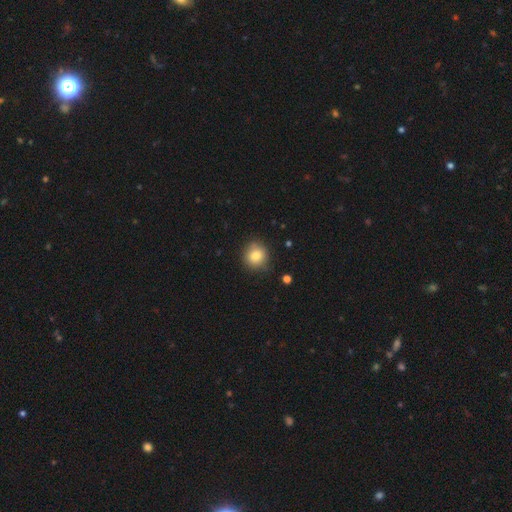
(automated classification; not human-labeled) Smooth or featured?
  - smooth: 82% *
  - star or artifact: 10%
  - featured or disk: 8%
How rounded?
  - round: 89% *
  - in between: 10%
  - cigar-shaped: 1%
Merging?
  - none: 82% *
  - minor disturbance: 13%
  - major disturbance: 3%
  - merger: 2%